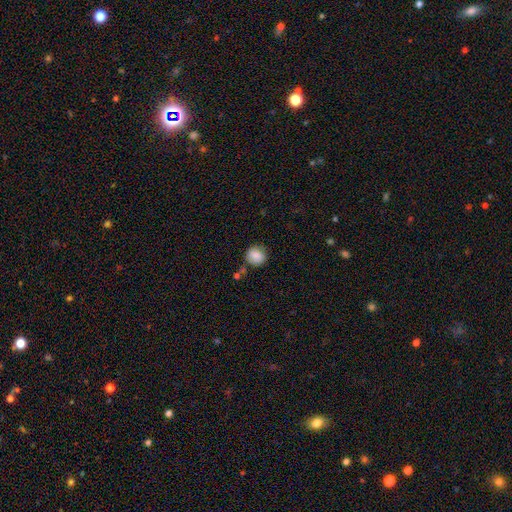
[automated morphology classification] Smooth or featured: smooth — 84% (star or artifact — 8%)
How rounded: round — 83% (in between — 16%)
Merging: none — 73% (minor disturbance — 17%)